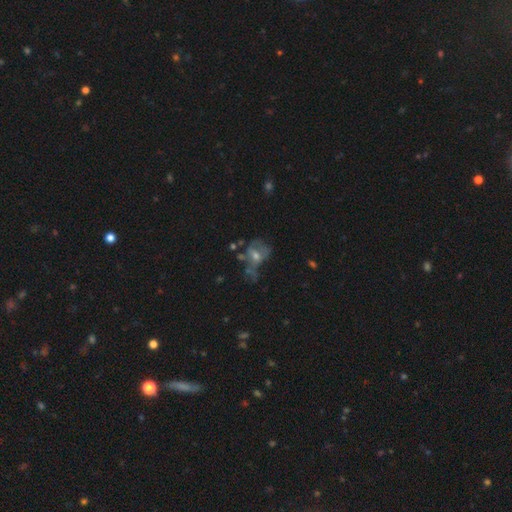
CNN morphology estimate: smooth_or_featured: featured or disk (p=0.51) [alt: smooth p=0.31]
disk_edge_on: no (p=0.95) [alt: yes p=0.05]
merging: major disturbance (p=0.34) [alt: none p=0.31]